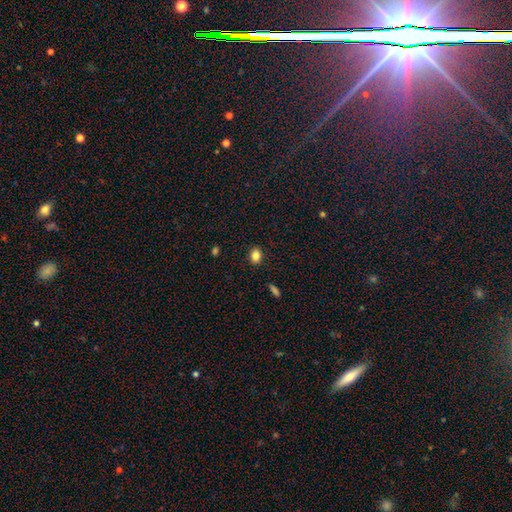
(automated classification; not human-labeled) A smooth galaxy with no disk features (84%) that is in between round and cigar-shaped (69%).

Vote fractions:
- Smooth or featured? smooth: 84% / star or artifact: 10% / featured or disk: 6%
- How rounded? in between: 69% / round: 30% / cigar-shaped: 1%
- Merging? none: 89% / minor disturbance: 8% / major disturbance: 2% / merger: 1%